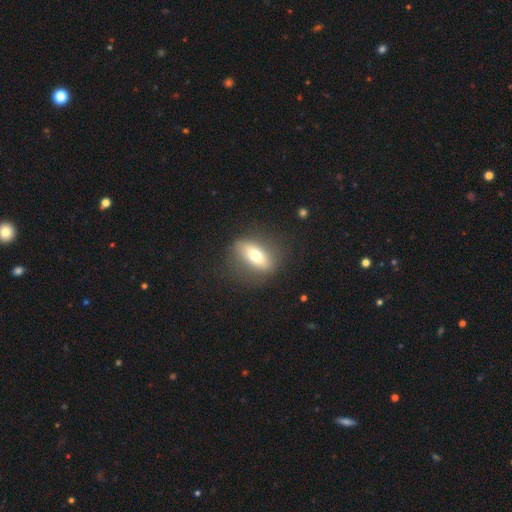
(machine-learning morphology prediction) The model was most divided on "smooth or featured": smooth: 62%, featured or disk: 30%, star or artifact: 8%. More confident: merging — none (76%); how rounded — in between (73%).